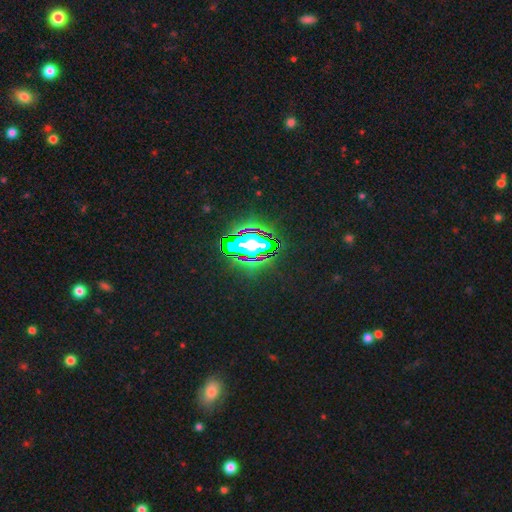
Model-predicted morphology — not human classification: A star or artifact, not a galaxy (82%).

Vote fractions:
- Smooth or featured? star or artifact: 82% / smooth: 10% / featured or disk: 7%